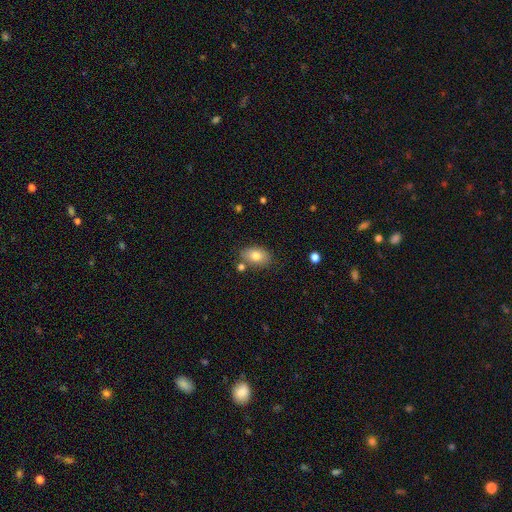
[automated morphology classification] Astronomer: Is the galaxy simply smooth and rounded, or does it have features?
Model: smooth — 80%.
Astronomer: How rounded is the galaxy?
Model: in between — 87%.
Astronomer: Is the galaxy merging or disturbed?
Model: none — 76%.